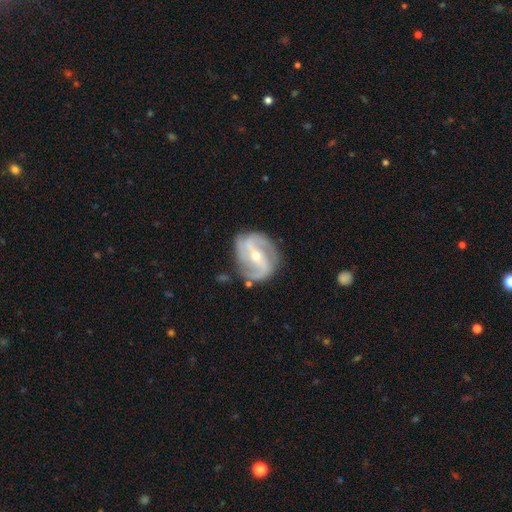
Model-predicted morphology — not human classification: This is clearly a featured or disk galaxy (87%). It is clearly not viewed edge-on (97%). Bar: possibly strong (52%). Spiral arm pattern: clearly yes (95%). Spiral arm count: likely 2 (72%). Spiral winding: possibly medium (47%). Central bulge: possibly small (51%). Merging: likely none (74%).